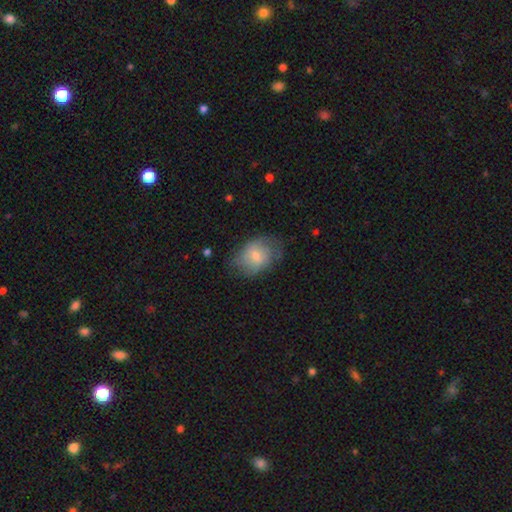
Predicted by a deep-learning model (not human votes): This is likely a smooth galaxy (62%). How rounded: likely in between (70%). Merging: possibly none (59%).